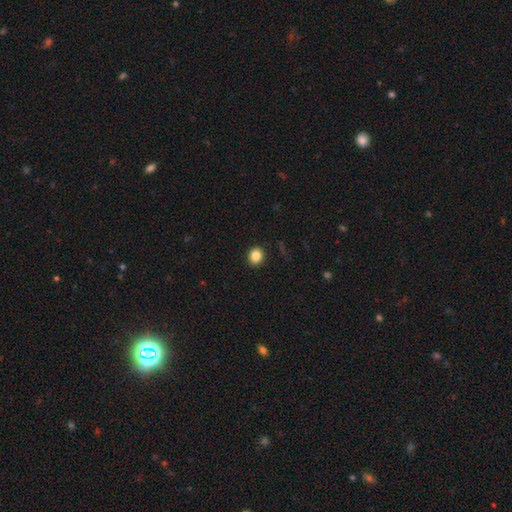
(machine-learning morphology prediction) type=smooth (85%); roundness=round (78%); merging=none (91%).